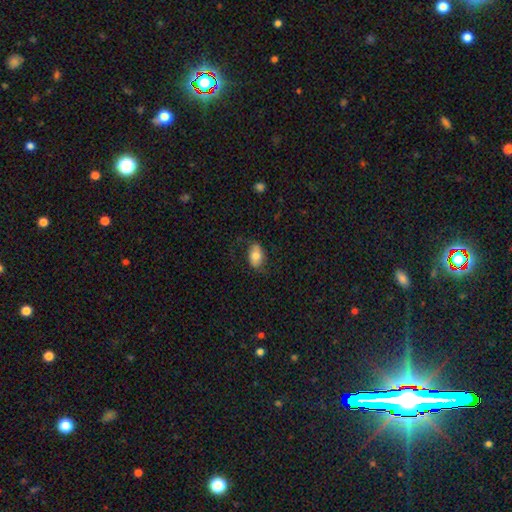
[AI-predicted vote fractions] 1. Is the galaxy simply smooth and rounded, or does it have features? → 73% smooth, 20% featured or disk, 7% star or artifact.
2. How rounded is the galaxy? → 90% in between, 8% round, 2% cigar-shaped.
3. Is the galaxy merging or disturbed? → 72% none, 20% minor disturbance, 7% major disturbance, 1% merger.